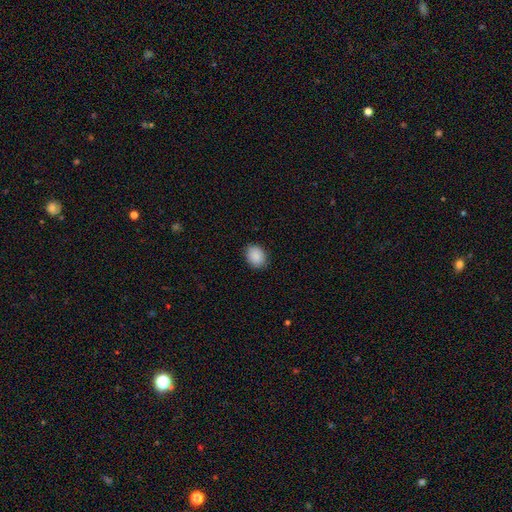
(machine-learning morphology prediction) The model was most divided on "how rounded": in between: 57%, round: 42%, cigar-shaped: 1%. More confident: smooth or featured — smooth (89%); merging — none (86%).